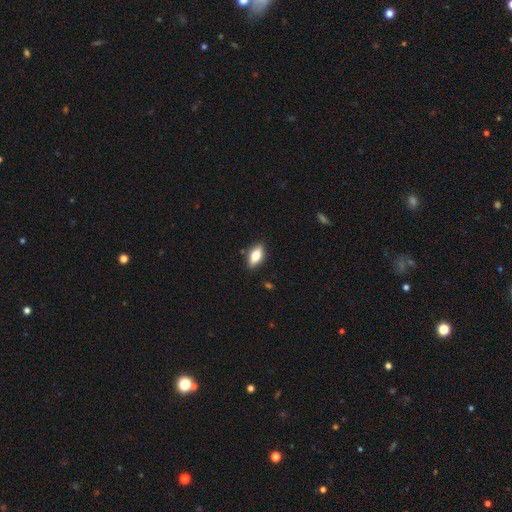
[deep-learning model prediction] smooth 69%, featured or disk 23%, star or artifact 7%. Down the decision tree: how rounded — in between (83%); merging — none (86%).